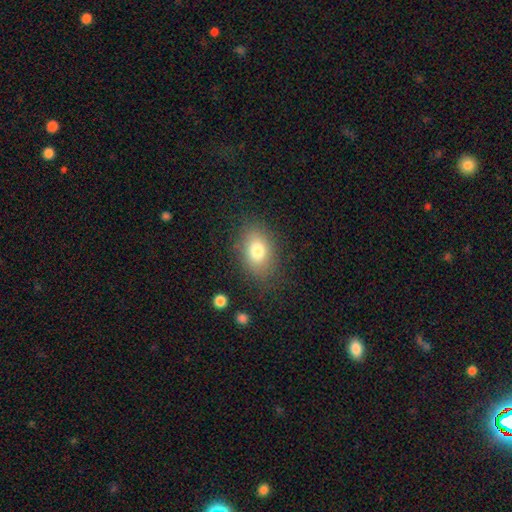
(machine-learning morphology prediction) Smooth or featured? Predicted: smooth (p=0.78). How rounded? Predicted: in between (p=0.82). Merging? Predicted: none (p=0.82).